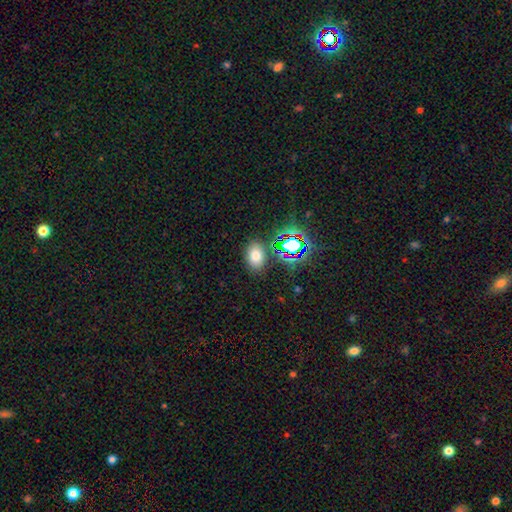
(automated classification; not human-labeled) Overall: smooth (70%). How rounded: in between (79%). Merging: none (82%).